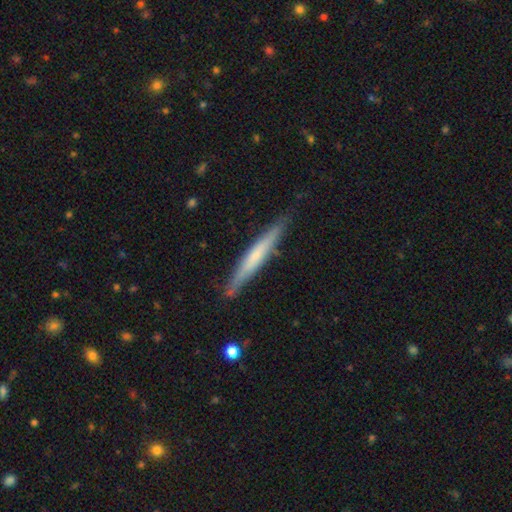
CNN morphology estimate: Smooth or featured? smooth (49%)
Merging? none (86%)